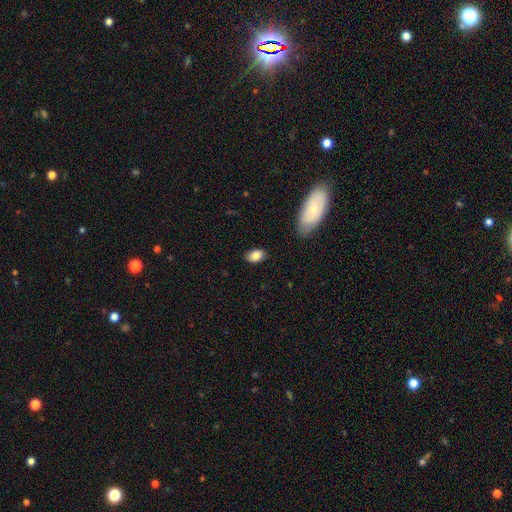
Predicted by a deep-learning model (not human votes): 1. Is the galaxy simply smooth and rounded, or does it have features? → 85% smooth, 8% star or artifact, 7% featured or disk.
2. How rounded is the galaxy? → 86% in between, 13% round, 2% cigar-shaped.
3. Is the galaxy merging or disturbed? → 84% none, 12% minor disturbance, 3% major disturbance, 1% merger.